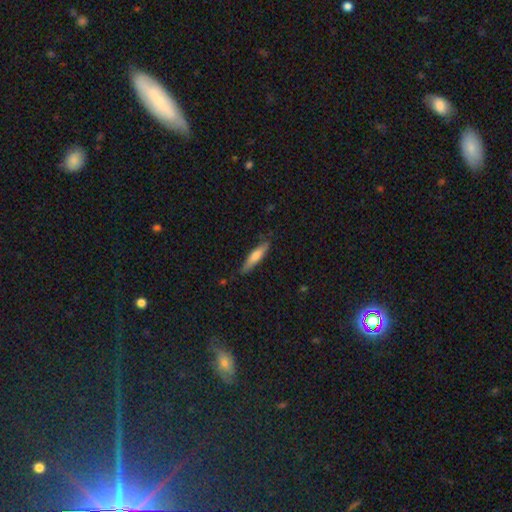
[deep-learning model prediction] This is likely a smooth galaxy (61%). How rounded: clearly cigar-shaped (84%). Merging: clearly none (84%).